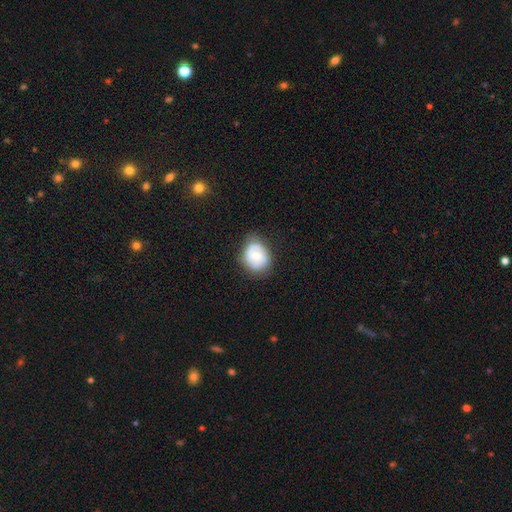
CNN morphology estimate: Overall: smooth (52%; featured or disk 40%). How rounded: round (57%; in between 42%). Merging: none (70%).